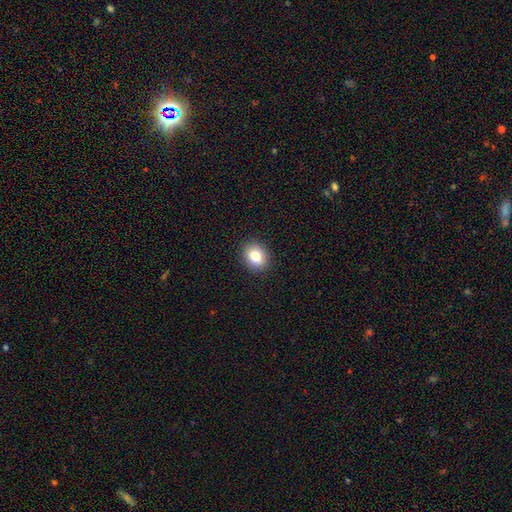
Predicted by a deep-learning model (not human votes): smooth 81%, star or artifact 10%, featured or disk 9%. Down the decision tree: how rounded — round (54%); merging — none (91%).